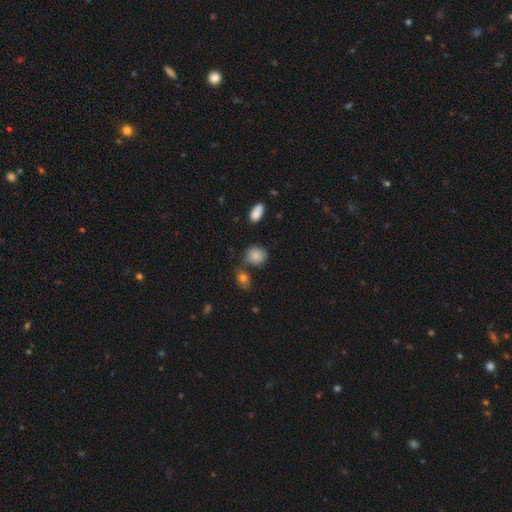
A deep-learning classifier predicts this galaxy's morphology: Smooth or featured? Predicted: smooth (p=0.84). How rounded? Predicted: round (p=0.72). Merging? Predicted: none (p=0.63).